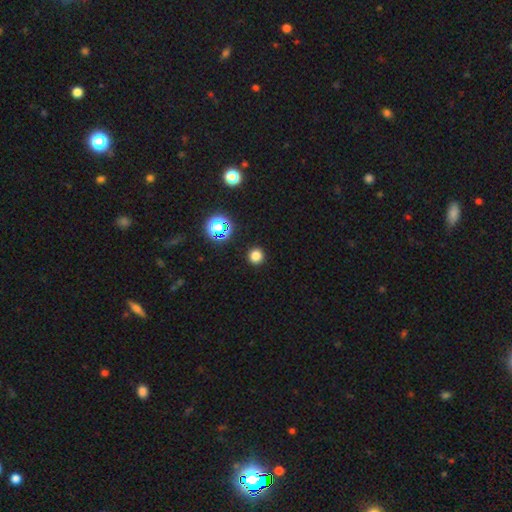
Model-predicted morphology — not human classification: smooth_or_featured: smooth (p=0.78) [alt: star or artifact p=0.18]
how_rounded: round (p=0.95) [alt: in between p=0.04]
merging: none (p=0.92) [alt: minor disturbance p=0.05]